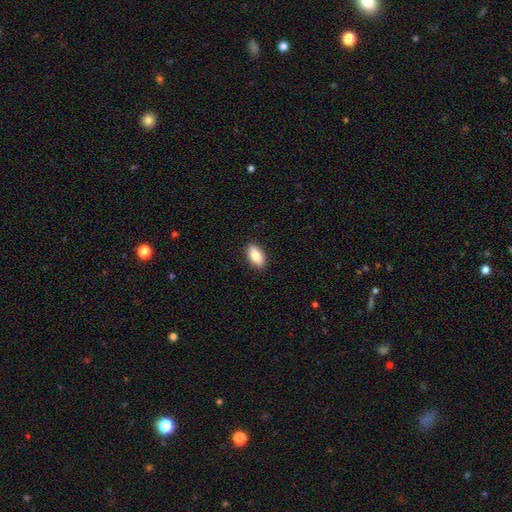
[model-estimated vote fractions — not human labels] smooth_or_featured: smooth (p=0.84) [alt: featured or disk p=0.09]
how_rounded: in between (p=0.88) [alt: cigar-shaped p=0.09]
merging: none (p=0.89) [alt: minor disturbance p=0.08]